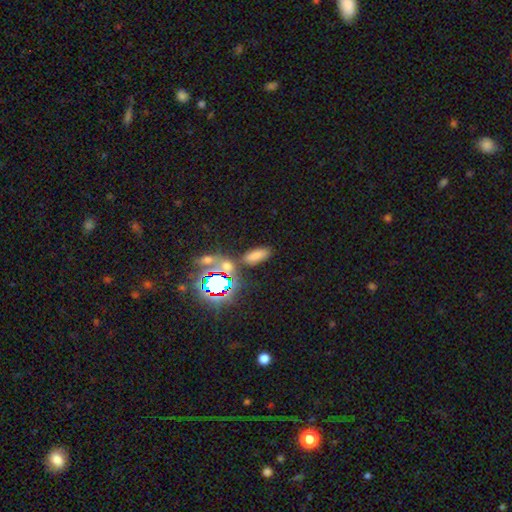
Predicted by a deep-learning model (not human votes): Morphology: type=smooth (69%); roundness=in between (80%); merging=none (76%).